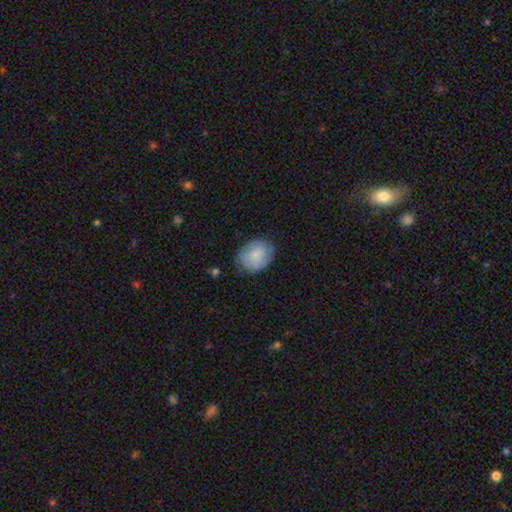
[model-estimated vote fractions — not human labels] Overall: smooth (75%). How rounded: in between (55%; round 45%). Merging: none (69%).